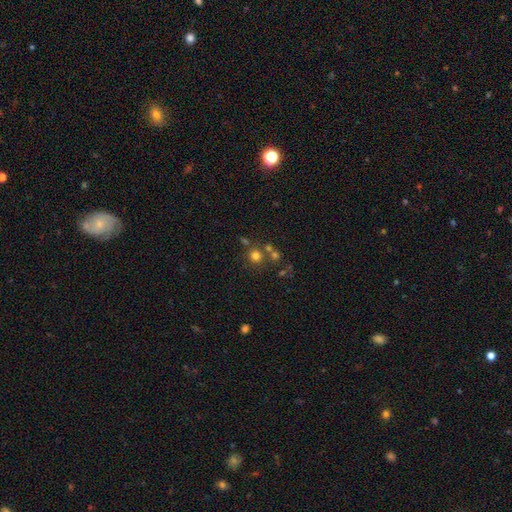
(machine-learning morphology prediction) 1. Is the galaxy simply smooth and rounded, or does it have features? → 70% smooth, 19% star or artifact, 11% featured or disk.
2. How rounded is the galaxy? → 90% round, 10% in between, 1% cigar-shaped.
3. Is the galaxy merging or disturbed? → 66% none, 22% merger, 8% minor disturbance, 4% major disturbance.